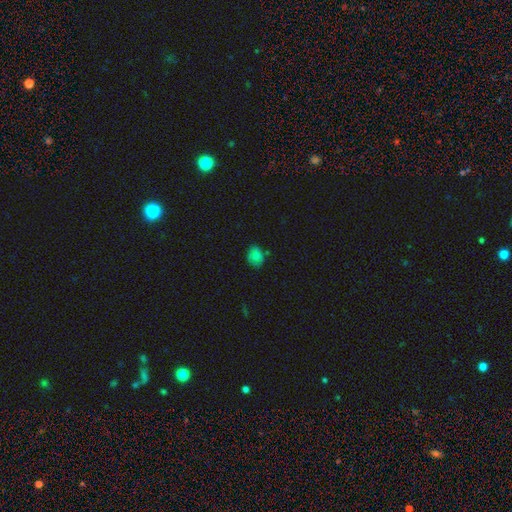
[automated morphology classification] This is clearly a smooth galaxy (81%). How rounded: likely in between (63%). Merging: likely none (74%).